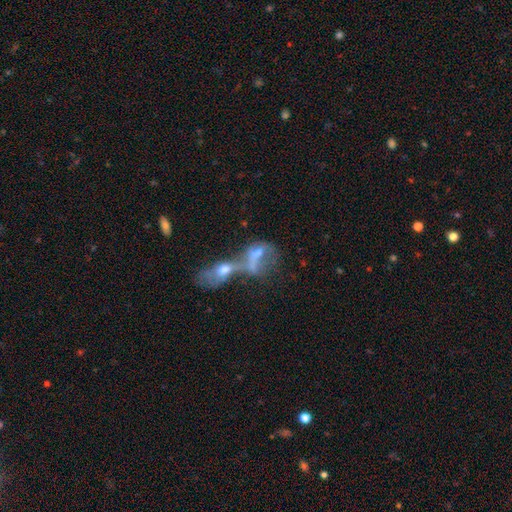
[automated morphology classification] The model was most divided on "smooth or featured": smooth: 45%, featured or disk: 42%, star or artifact: 13%. More confident: merging — merger (72%).